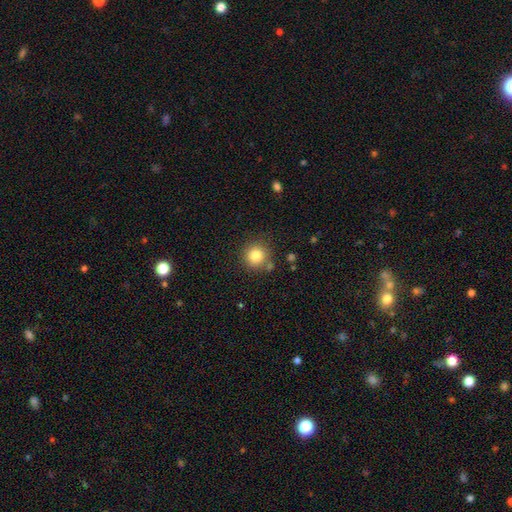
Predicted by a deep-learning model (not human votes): The model was most divided on "smooth or featured": smooth: 81%, star or artifact: 11%, featured or disk: 7%. More confident: how rounded — round (93%); merging — none (81%).